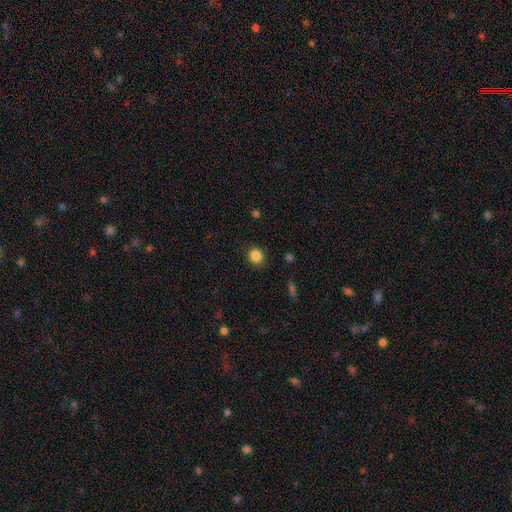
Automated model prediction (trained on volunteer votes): The model was most divided on "how rounded": round: 78%, in between: 21%, cigar-shaped: 1%. More confident: merging — none (88%); smooth or featured — smooth (85%).